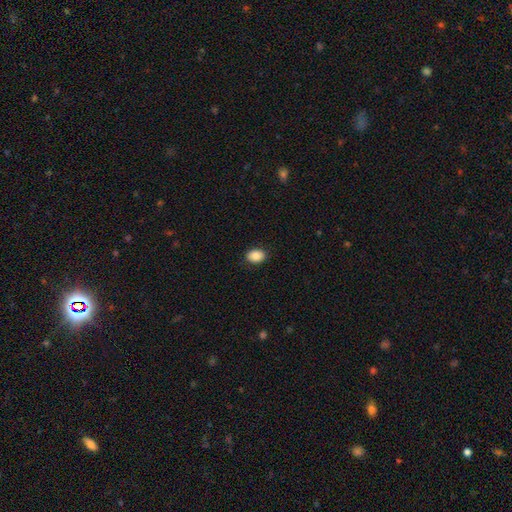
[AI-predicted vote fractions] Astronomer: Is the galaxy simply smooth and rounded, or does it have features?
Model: smooth — 87%.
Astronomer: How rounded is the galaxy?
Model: in between — 76%.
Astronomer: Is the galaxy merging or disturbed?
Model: none — 87%.